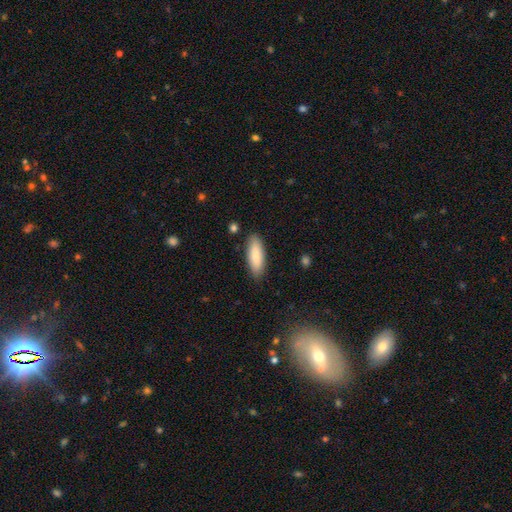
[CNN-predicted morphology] Q: Smooth or featured?
A: smooth (85%); runner-up: featured or disk (10%)
Q: How rounded?
A: in between (65%); runner-up: cigar-shaped (33%)
Q: Merging?
A: none (86%); runner-up: minor disturbance (10%)